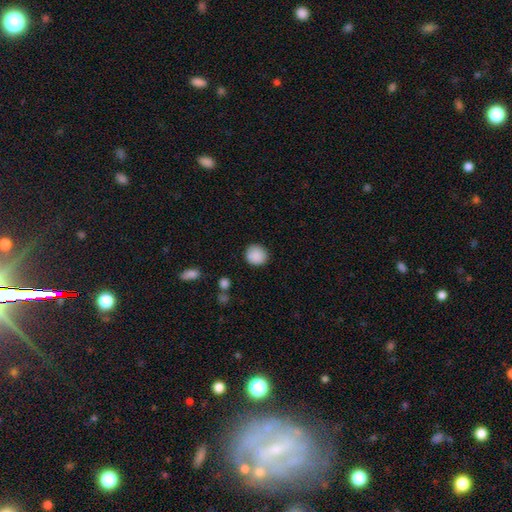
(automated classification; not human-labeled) Smooth or featured?
  - smooth: 89% *
  - star or artifact: 8%
  - featured or disk: 3%
How rounded?
  - round: 89% *
  - in between: 10%
  - cigar-shaped: 1%
Merging?
  - none: 89% *
  - minor disturbance: 8%
  - major disturbance: 2%
  - merger: 1%